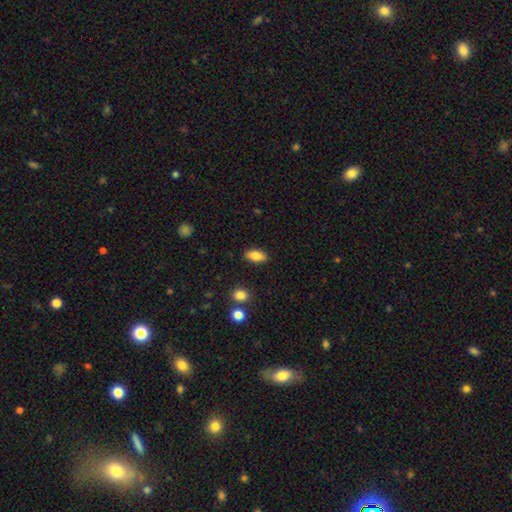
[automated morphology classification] A smooth galaxy with no disk features (85%) that is in between round and cigar-shaped (89%). Merging: none (87%).